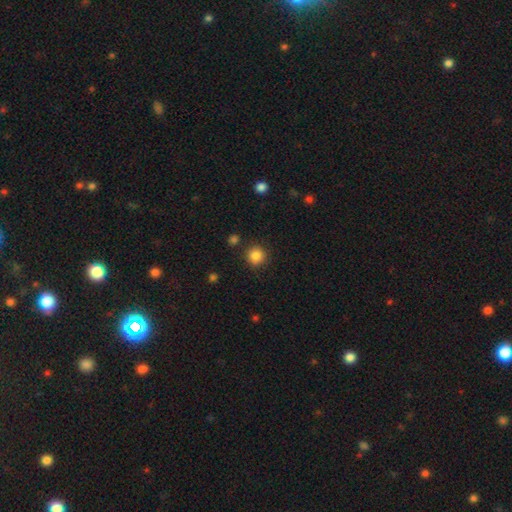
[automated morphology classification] Smooth or featured? Predicted: smooth (p=0.85). How rounded? Predicted: round (p=0.92). Merging? Predicted: none (p=0.87).